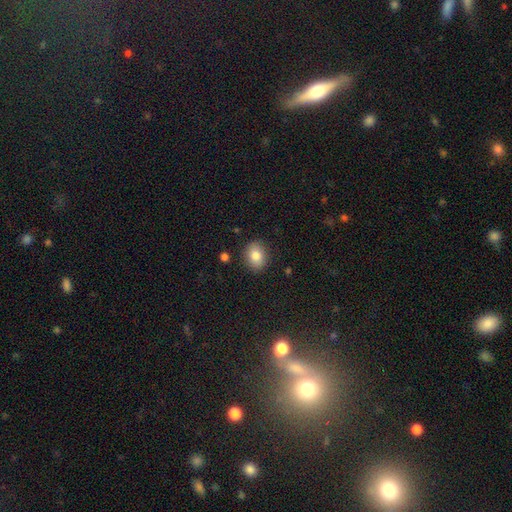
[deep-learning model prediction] Smooth or featured? Predicted: smooth (p=0.83). How rounded? Predicted: in between (p=0.52). Merging? Predicted: none (p=0.87).